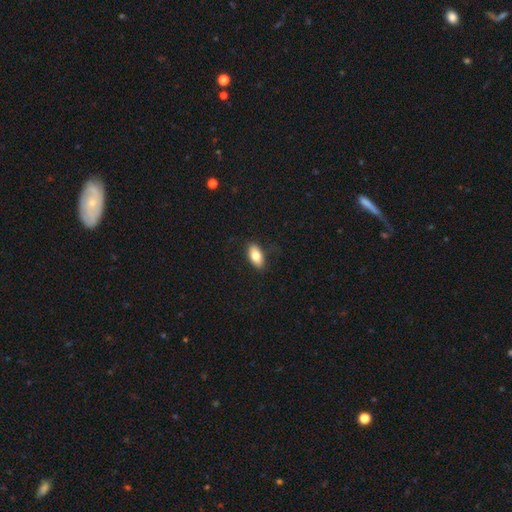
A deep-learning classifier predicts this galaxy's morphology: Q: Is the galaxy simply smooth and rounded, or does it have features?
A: smooth — 78%.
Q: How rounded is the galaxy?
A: in between — 90%.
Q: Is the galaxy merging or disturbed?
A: none — 83%.